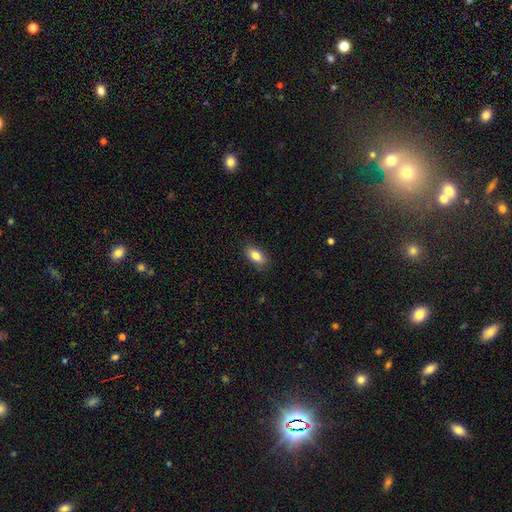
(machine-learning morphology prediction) A smooth galaxy with no disk features (80%) that is in between round and cigar-shaped (85%).

Vote fractions:
- Smooth or featured? smooth: 80% / featured or disk: 12% / star or artifact: 7%
- How rounded? in between: 85% / cigar-shaped: 10% / round: 4%
- Merging? none: 87% / minor disturbance: 10% / major disturbance: 2% / merger: 1%